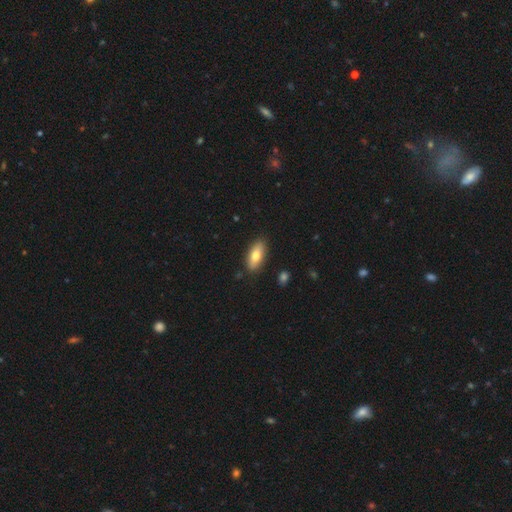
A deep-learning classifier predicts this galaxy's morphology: Smooth or featured? Predicted: smooth (p=0.73). How rounded? Predicted: in between (p=0.80). Merging? Predicted: none (p=0.86).